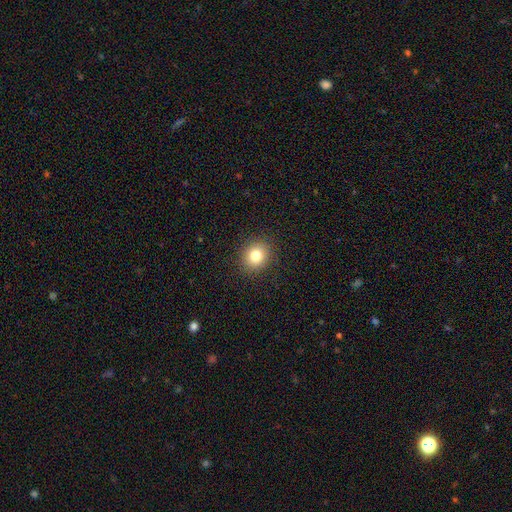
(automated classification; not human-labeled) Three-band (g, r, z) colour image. It shows a smooth galaxy with no disk features (81%) that is round (79%). Merging: none (90%).